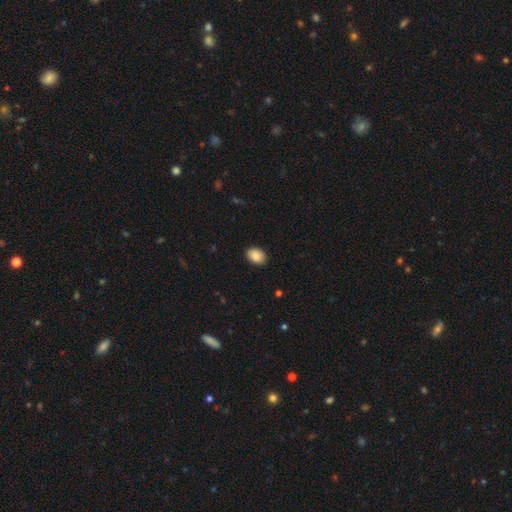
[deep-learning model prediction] A smooth galaxy with no disk features (89%) that is in between round and cigar-shaped (77%). Merging: none (89%).